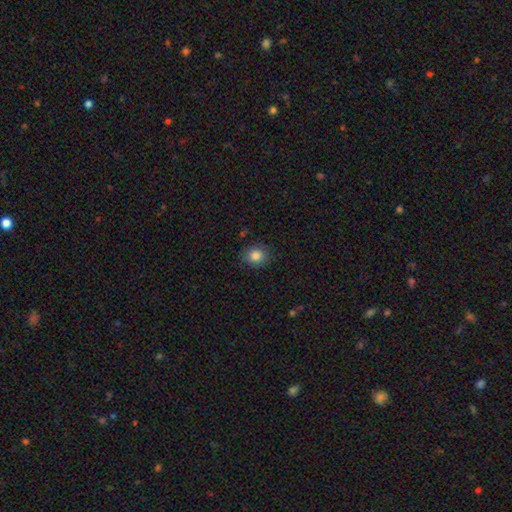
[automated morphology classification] type=smooth (84%); roundness=round (69%); merging=none (86%).